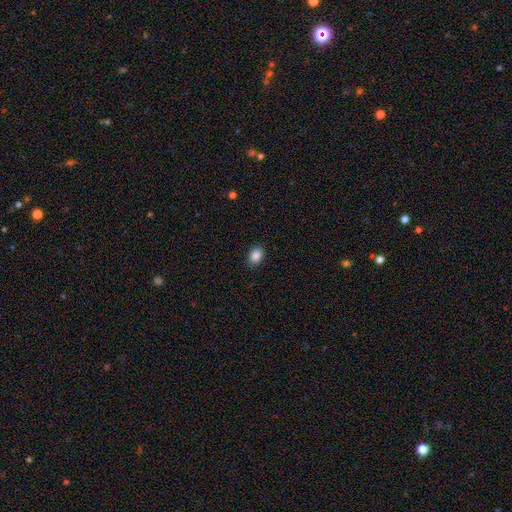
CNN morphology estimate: type=smooth (88%); roundness=in between (65%); merging=none (89%).